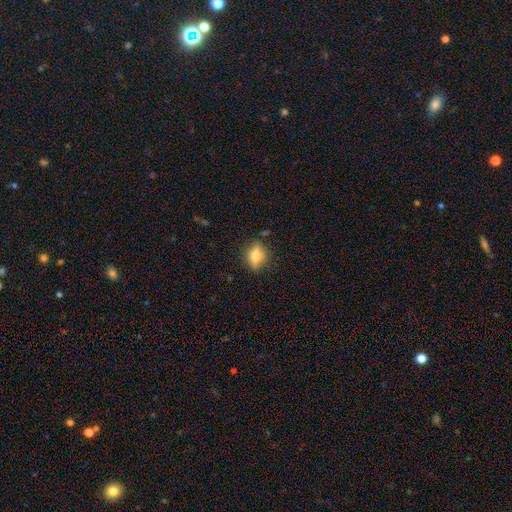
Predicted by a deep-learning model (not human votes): Smooth or featured?
  - smooth: 49% *
  - featured or disk: 41%
  - star or artifact: 10%
Merging?
  - none: 79% *
  - minor disturbance: 15%
  - major disturbance: 4%
  - merger: 2%